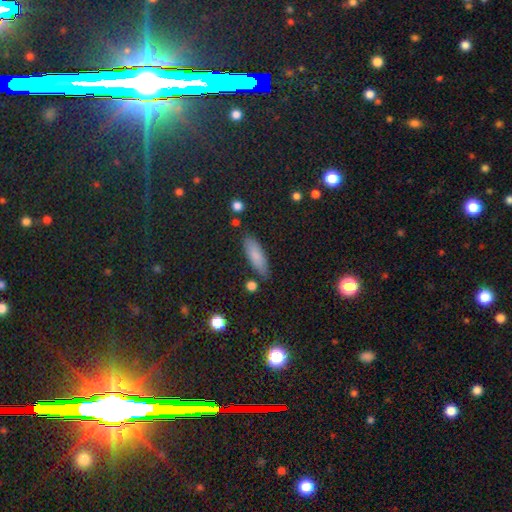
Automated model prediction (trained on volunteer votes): smooth-or-featured: smooth: 81% | featured or disk: 10% | star or artifact: 9%
  how-rounded: in between: 60% | cigar-shaped: 37% | round: 3%
  merging: none: 81% | minor disturbance: 13% | major disturbance: 3% | merger: 3%